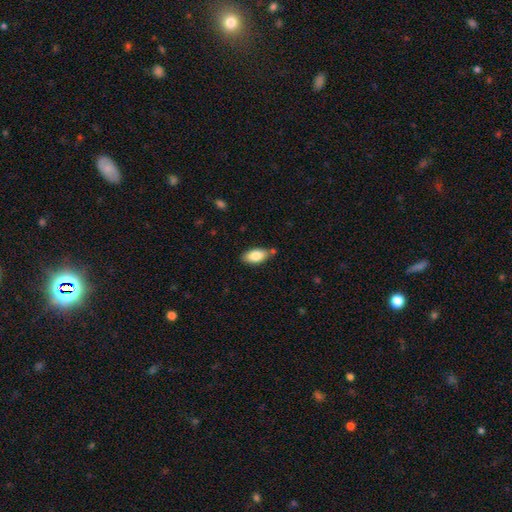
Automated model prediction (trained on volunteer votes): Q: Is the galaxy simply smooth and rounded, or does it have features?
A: smooth — 84%.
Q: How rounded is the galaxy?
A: in between — 92%.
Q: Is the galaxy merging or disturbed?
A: none — 74%.